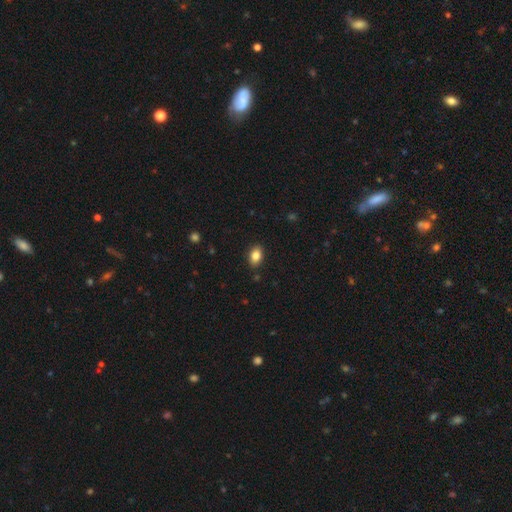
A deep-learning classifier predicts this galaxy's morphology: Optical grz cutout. It shows a smooth galaxy with no disk features (85%) that is in between round and cigar-shaped (85%). Merging: none (88%).